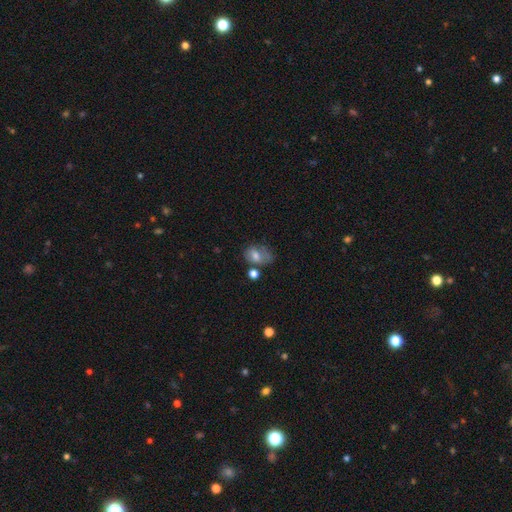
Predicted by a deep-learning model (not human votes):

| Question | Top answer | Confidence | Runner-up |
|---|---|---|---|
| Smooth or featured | smooth | 68% | featured or disk (22%) |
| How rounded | in between | 71% | round (27%) |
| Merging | none | 42% | minor disturbance (28%) |